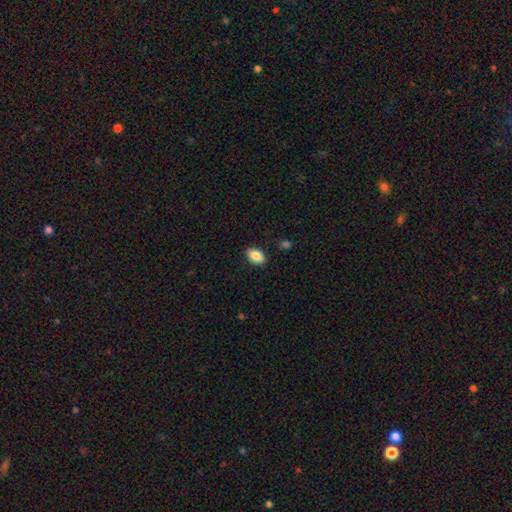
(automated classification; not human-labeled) A smooth galaxy with no disk features (87%) that is in between round and cigar-shaped (90%).

Vote fractions:
- Smooth or featured? smooth: 87% / star or artifact: 8% / featured or disk: 6%
- How rounded? in between: 90% / round: 8% / cigar-shaped: 2%
- Merging? none: 88% / minor disturbance: 9% / major disturbance: 2% / merger: 1%